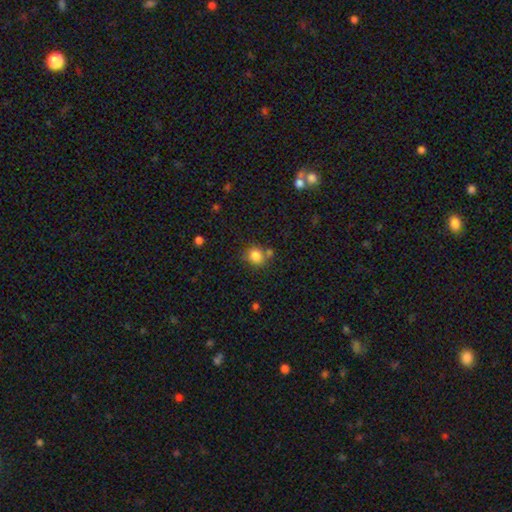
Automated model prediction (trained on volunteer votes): Smooth or featured?
  - smooth: 83% *
  - star or artifact: 11%
  - featured or disk: 7%
How rounded?
  - round: 82% *
  - in between: 17%
  - cigar-shaped: 1%
Merging?
  - none: 66% *
  - merger: 16%
  - minor disturbance: 14%
  - major disturbance: 4%